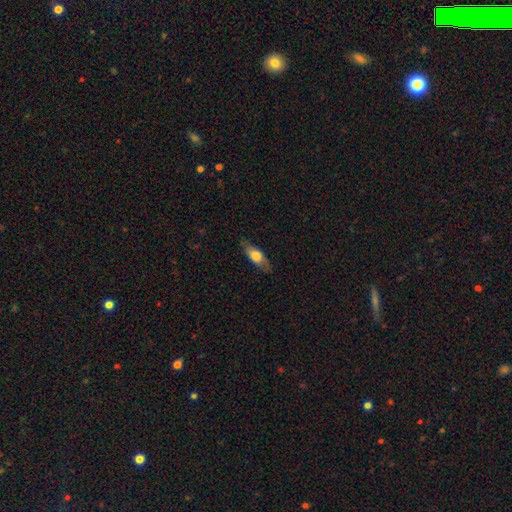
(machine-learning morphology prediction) smooth-or-featured: smooth: 63% | featured or disk: 31% | star or artifact: 6%
  how-rounded: in between: 65% | cigar-shaped: 31% | round: 4%
  merging: none: 79% | minor disturbance: 16% | major disturbance: 4% | merger: 1%